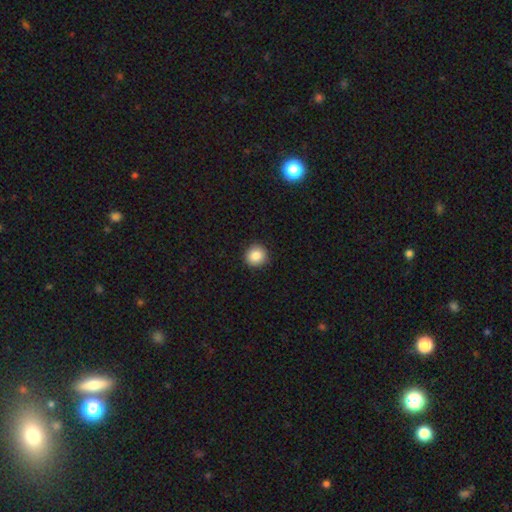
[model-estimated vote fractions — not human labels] smooth_or_featured: smooth (p=0.86) [alt: star or artifact p=0.09]
how_rounded: round (p=0.92) [alt: in between p=0.07]
merging: none (p=0.92) [alt: minor disturbance p=0.05]